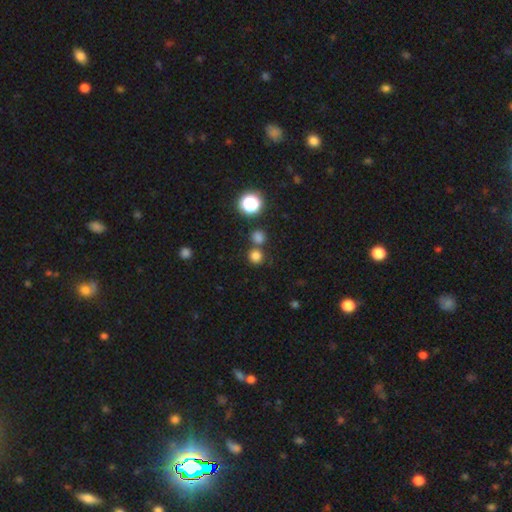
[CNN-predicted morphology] Smooth or featured: smooth — 77% (star or artifact — 18%)
How rounded: round — 91% (in between — 8%)
Merging: none — 69% (merger — 21%)